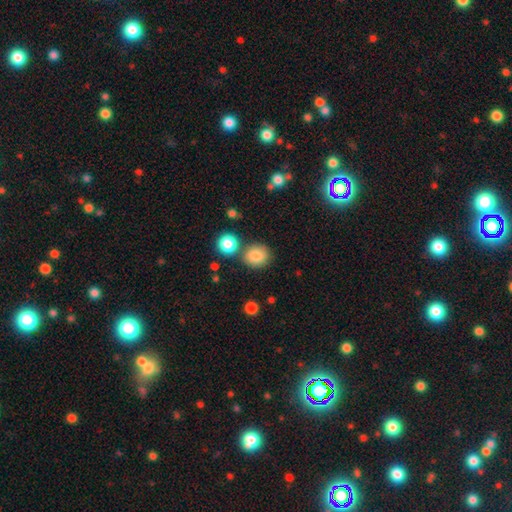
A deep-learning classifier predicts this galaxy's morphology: smooth 84%, star or artifact 10%, featured or disk 6%. Down the decision tree: how rounded — round (76%); merging — none (75%).